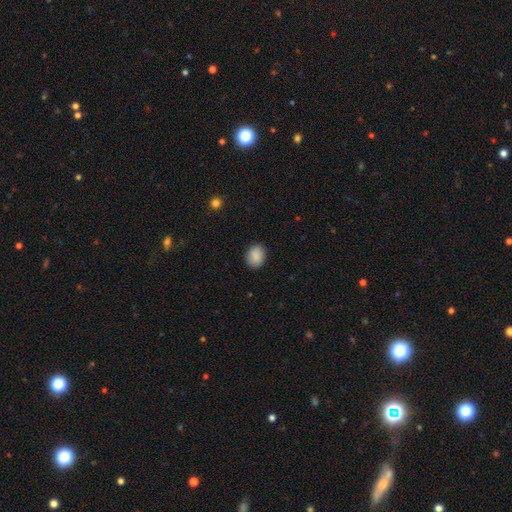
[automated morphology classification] A smooth galaxy with no disk features (89%) that is in between round and cigar-shaped (52%).

Vote fractions:
- Smooth or featured? smooth: 89% / star or artifact: 7% / featured or disk: 4%
- How rounded? in between: 52% / round: 47% / cigar-shaped: 1%
- Merging? none: 85% / minor disturbance: 11% / major disturbance: 2% / merger: 1%